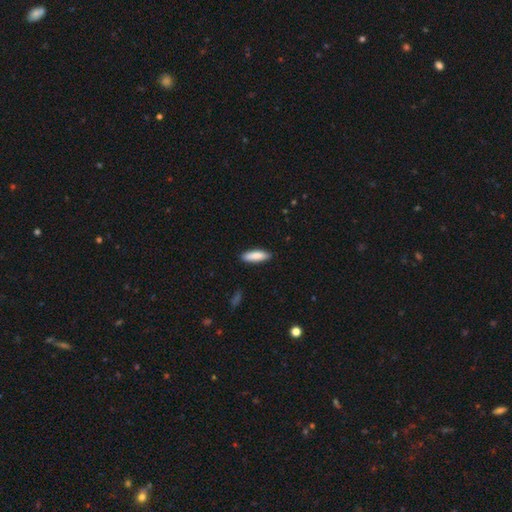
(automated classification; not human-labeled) Smooth or featured: smooth — 87% (featured or disk — 8%)
How rounded: cigar-shaped — 50% (in between — 49%)
Merging: none — 88% (minor disturbance — 9%)